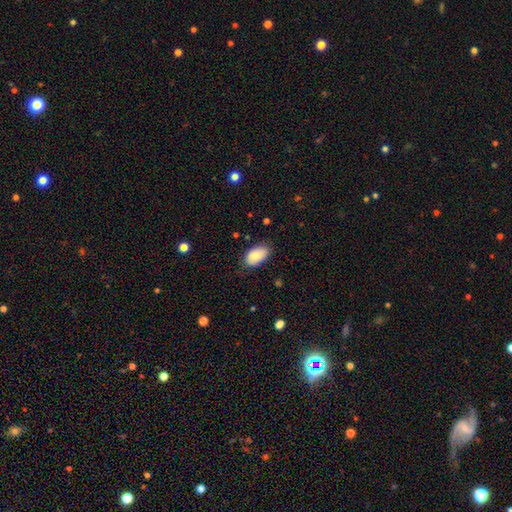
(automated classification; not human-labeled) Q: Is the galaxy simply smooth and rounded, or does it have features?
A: smooth — 79%.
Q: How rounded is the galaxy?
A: in between — 93%.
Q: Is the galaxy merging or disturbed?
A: none — 75%.